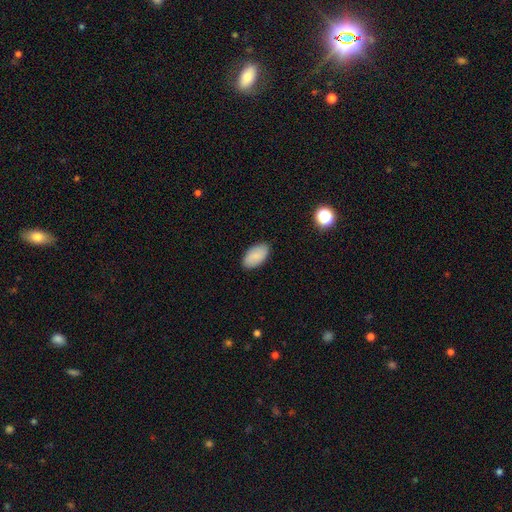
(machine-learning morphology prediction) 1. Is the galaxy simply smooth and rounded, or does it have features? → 88% smooth, 6% star or artifact, 6% featured or disk.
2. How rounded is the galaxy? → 95% in between, 3% round, 2% cigar-shaped.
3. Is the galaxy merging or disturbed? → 88% none, 9% minor disturbance, 2% major disturbance, 1% merger.